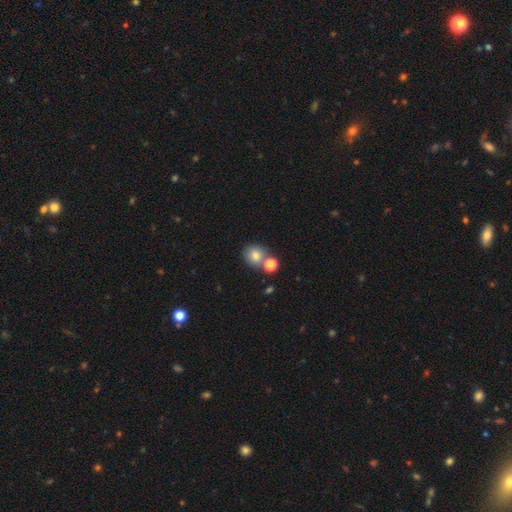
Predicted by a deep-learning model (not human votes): Q: Smooth or featured?
A: smooth (79%); runner-up: star or artifact (12%)
Q: How rounded?
A: round (79%); runner-up: in between (20%)
Q: Merging?
A: none (58%); runner-up: merger (28%)